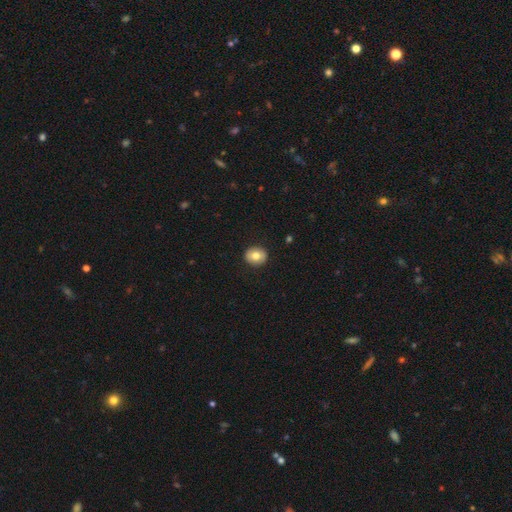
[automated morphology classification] This is likely a smooth galaxy (75%). How rounded: likely round (70%). Merging: clearly none (90%).